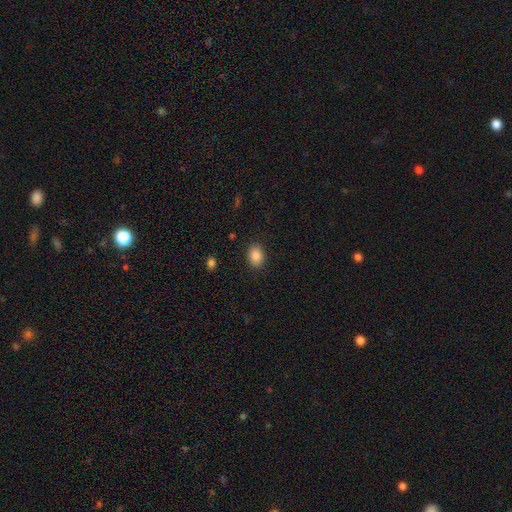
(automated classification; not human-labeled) Smooth or featured? smooth (87%)
How rounded? in between (76%)
Merging? none (88%)